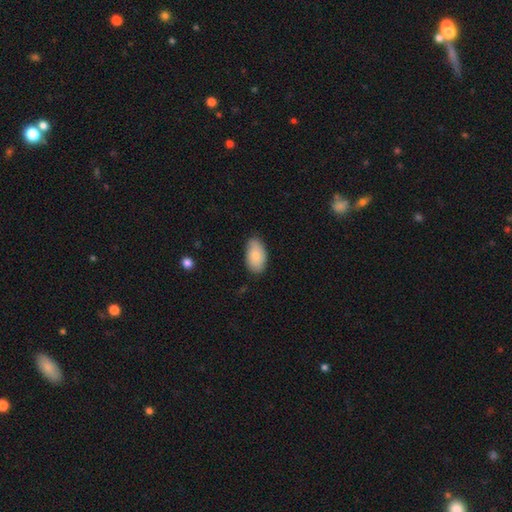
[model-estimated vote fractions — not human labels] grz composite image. It shows a smooth galaxy with no disk features (79%) that is in between round and cigar-shaped (94%). Merging: none (78%).